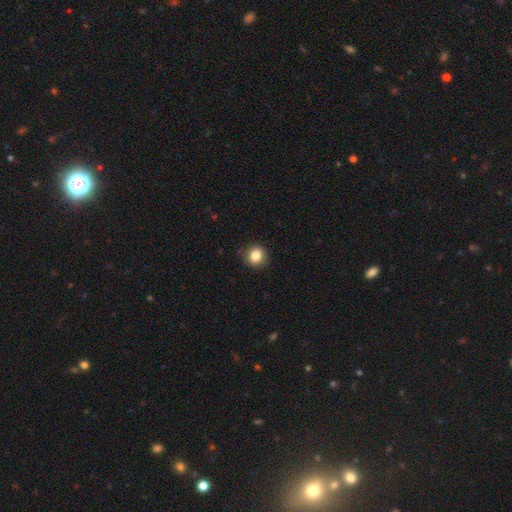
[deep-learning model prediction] The model was most divided on "how rounded": round: 85%, in between: 14%, cigar-shaped: 1%. More confident: merging — none (88%); smooth or featured — smooth (84%).